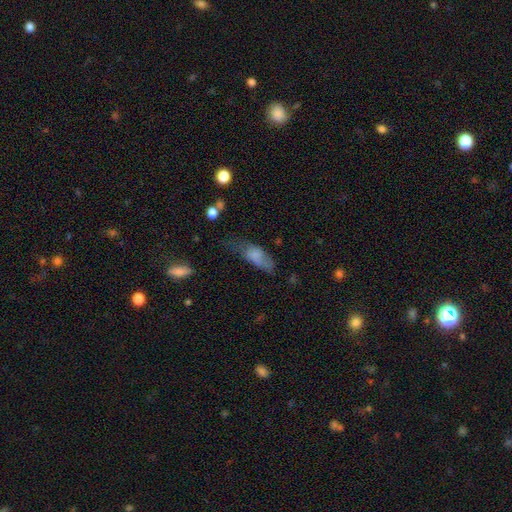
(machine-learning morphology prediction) This is likely a smooth galaxy (71%). How rounded: likely in between (74%). Merging: marginally none (36%).